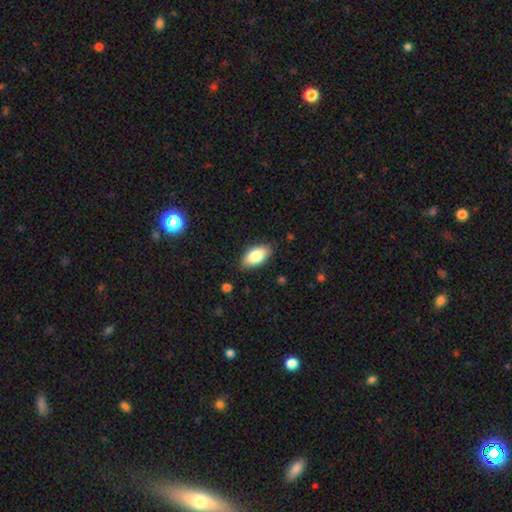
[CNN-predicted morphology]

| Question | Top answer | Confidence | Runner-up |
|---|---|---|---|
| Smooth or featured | smooth | 82% | featured or disk (11%) |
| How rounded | in between | 92% | cigar-shaped (4%) |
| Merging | none | 85% | minor disturbance (12%) |